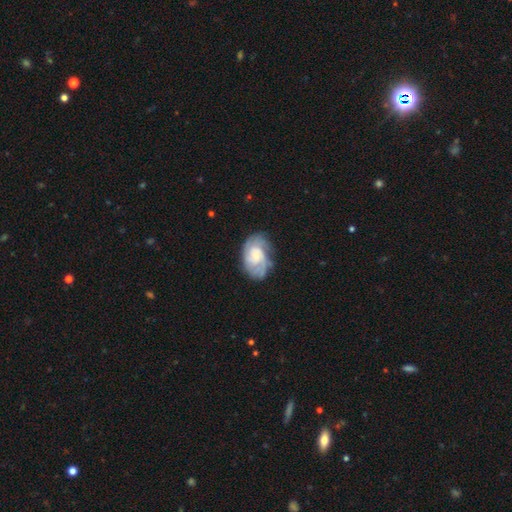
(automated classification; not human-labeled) smooth-or-featured: featured or disk: 75% | smooth: 19% | star or artifact: 6%
  disk-edge-on: no: 97% | yes: 3%
    bar: no: 67% | weak: 28% | strong: 4%
    has-spiral-arms: yes: 93% | no: 7%
      spiral-winding: tight: 58% | medium: 33% | loose: 9%
      spiral-arm-count: can't tell: 34% | 2: 30% | 3: 20% | 4: 7% | 1: 5% | more than 4: 4%
    bulge-size: small: 56% | moderate: 33% | none: 5% | large: 5% | dominant: 1%
  merging: none: 68% | minor disturbance: 21% | major disturbance: 8% | merger: 2%